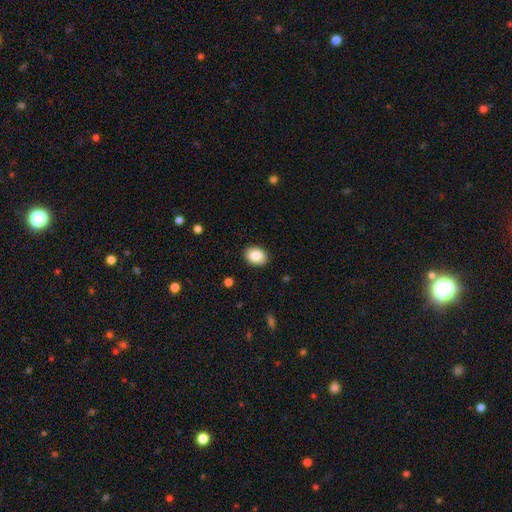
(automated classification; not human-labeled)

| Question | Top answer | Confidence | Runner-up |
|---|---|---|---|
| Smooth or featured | smooth | 85% | star or artifact (8%) |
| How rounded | in between | 67% | round (32%) |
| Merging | none | 89% | minor disturbance (8%) |